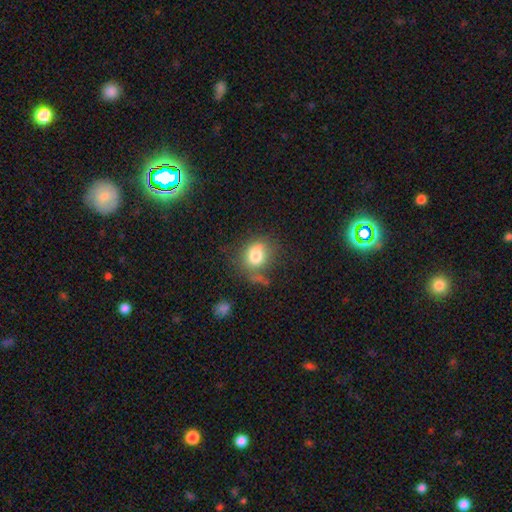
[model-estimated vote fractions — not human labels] Smooth or featured? Predicted: smooth (p=0.78). How rounded? Predicted: round (p=0.65). Merging? Predicted: none (p=0.55).